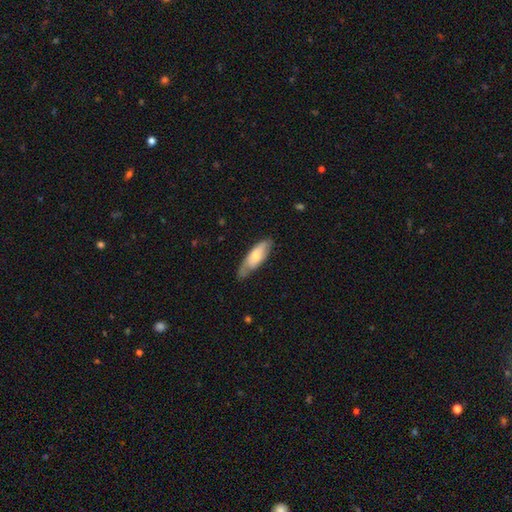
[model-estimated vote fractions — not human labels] This appears to be a smooth galaxy with no disk features (57%) that is in between round and cigar-shaped (61%). Merging: none (64%).